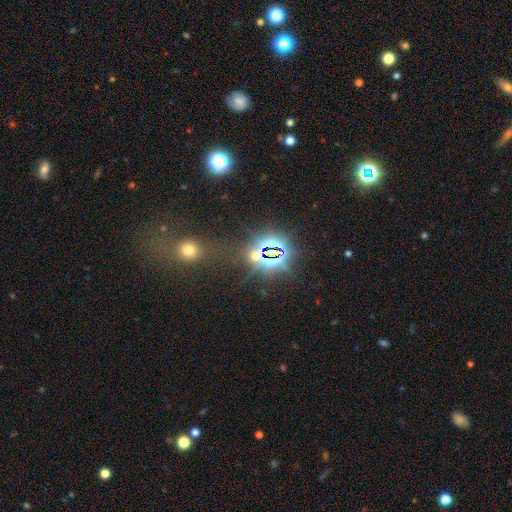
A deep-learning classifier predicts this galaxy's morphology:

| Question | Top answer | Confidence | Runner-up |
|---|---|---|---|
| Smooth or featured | star or artifact | 76% | smooth (17%) |